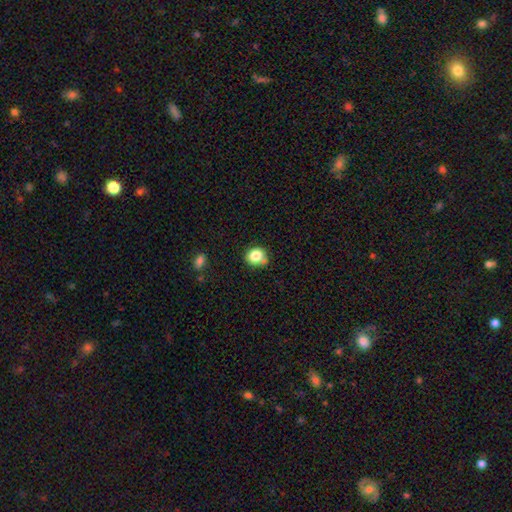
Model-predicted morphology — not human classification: This is clearly a smooth galaxy (83%). How rounded: likely round (75%). Merging: likely none (65%).